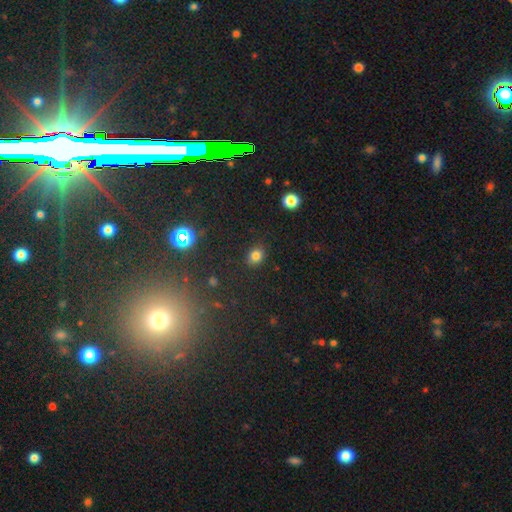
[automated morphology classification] Smooth or featured? Predicted: smooth (p=0.80). How rounded? Predicted: round (p=0.56). Merging? Predicted: none (p=0.85).